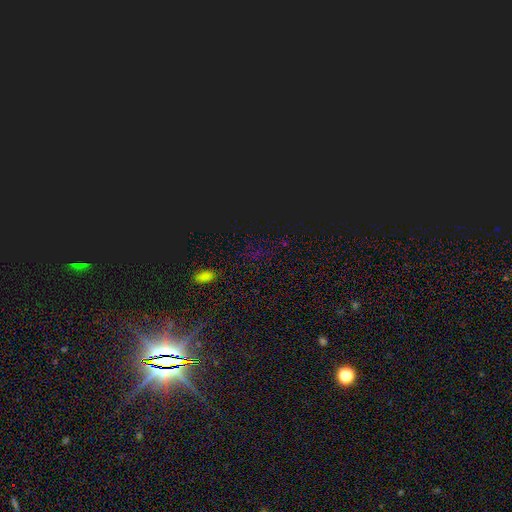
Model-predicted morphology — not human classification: Q: Smooth or featured?
A: star or artifact (69%); runner-up: smooth (24%)